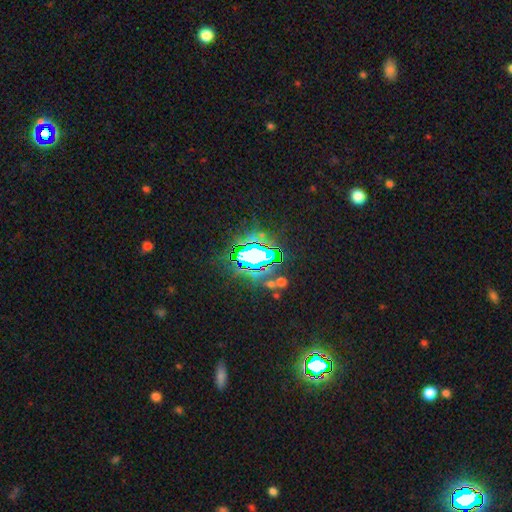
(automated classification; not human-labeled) This appears to be a star or artifact, not a galaxy (71%).